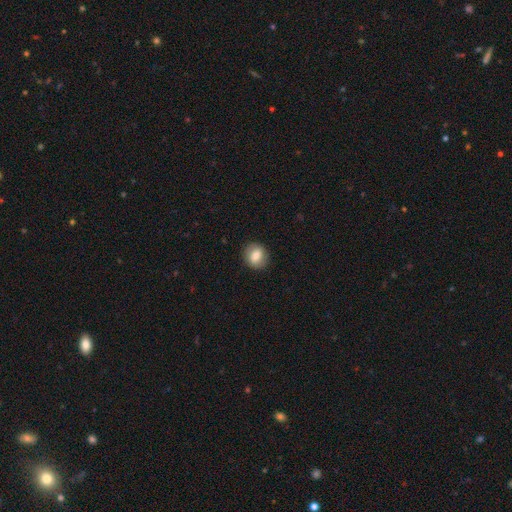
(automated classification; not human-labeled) The model was most divided on "how rounded": round: 68%, in between: 31%, cigar-shaped: 1%. More confident: merging — none (87%); smooth or featured — smooth (78%).